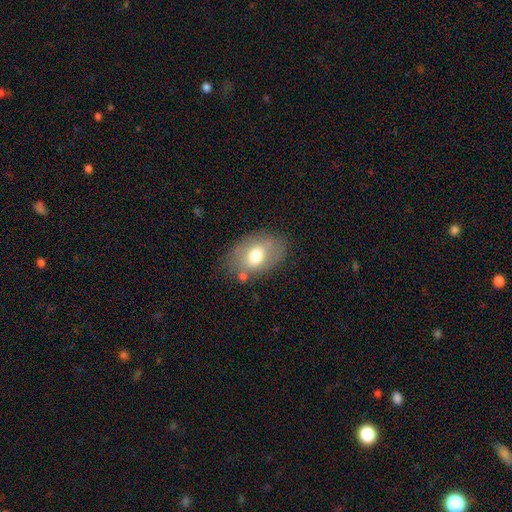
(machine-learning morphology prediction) type=smooth (65%); roundness=in between (82%); merging=none (69%).